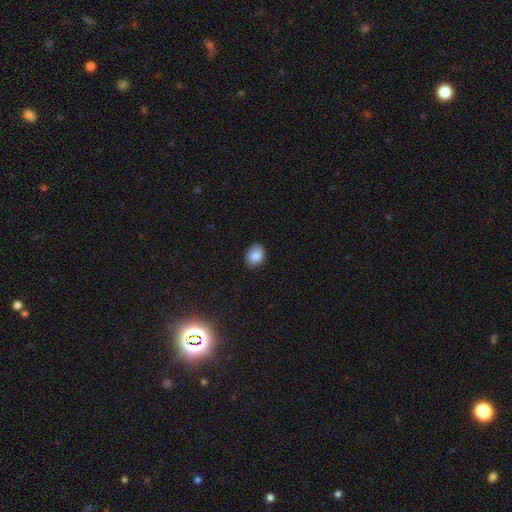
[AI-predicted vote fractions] smooth-or-featured: smooth: 85% | star or artifact: 9% | featured or disk: 6%
  how-rounded: in between: 50% | round: 49% | cigar-shaped: 1%
  merging: none: 77% | minor disturbance: 19% | major disturbance: 3% | merger: 1%